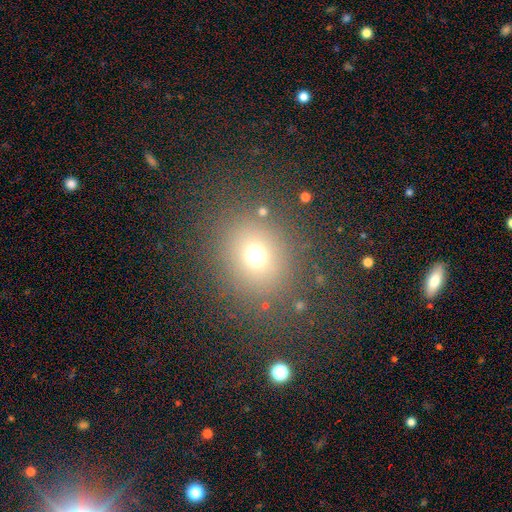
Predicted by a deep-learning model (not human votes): The model was most divided on "smooth or featured": smooth: 69%, star or artifact: 22%, featured or disk: 10%. More confident: merging — none (82%); how rounded — round (77%).